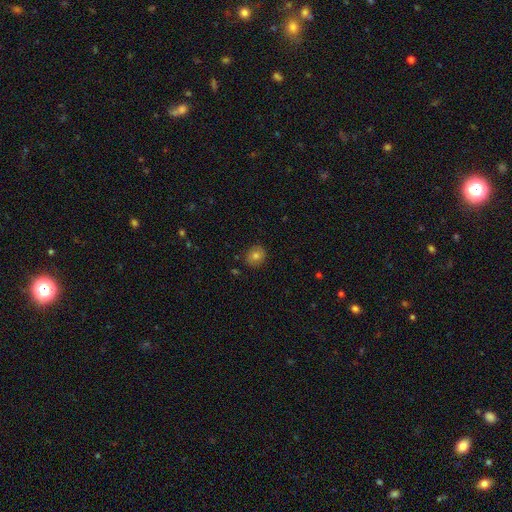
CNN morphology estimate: type=smooth (78%); roundness=round (74%); merging=none (87%).